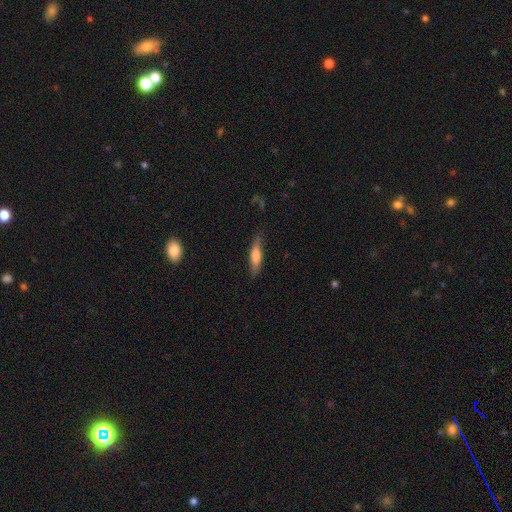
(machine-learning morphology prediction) smooth 59%, featured or disk 35%, star or artifact 6%. Down the decision tree: how rounded — cigar-shaped (75%); merging — none (79%).